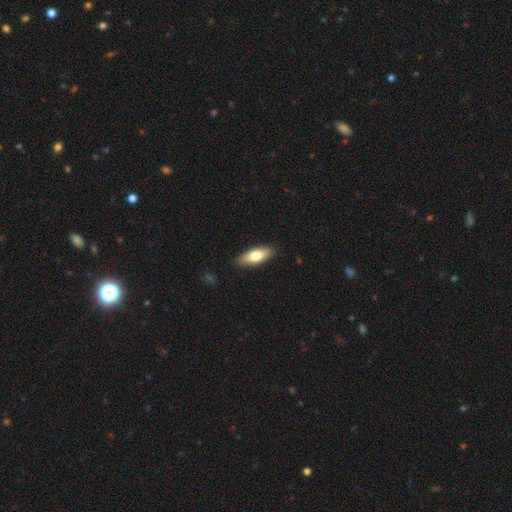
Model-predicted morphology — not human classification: A smooth galaxy with no disk features (76%) that is in between round and cigar-shaped (71%). Merging: none (87%).